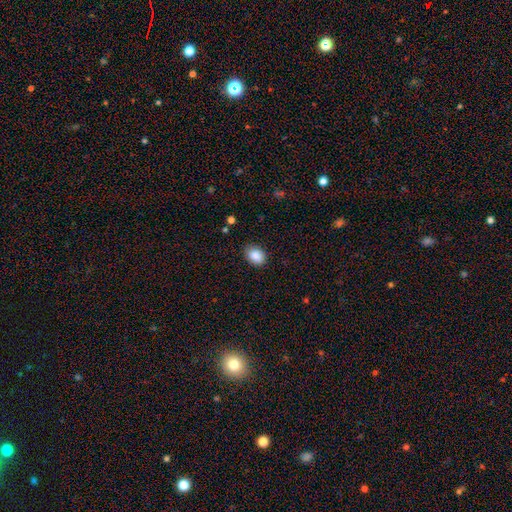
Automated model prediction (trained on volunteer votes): Overall: smooth (89%). How rounded: in between (77%). Merging: none (82%).